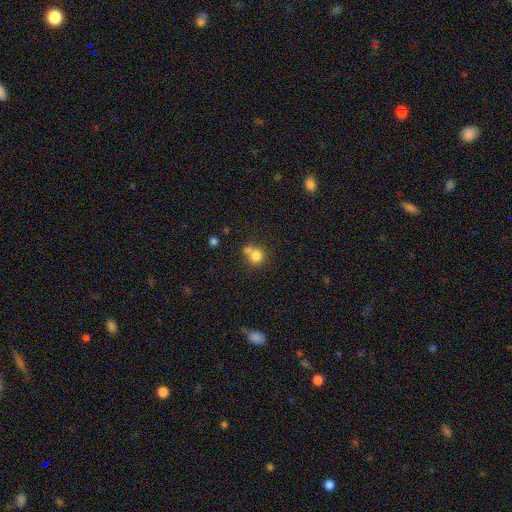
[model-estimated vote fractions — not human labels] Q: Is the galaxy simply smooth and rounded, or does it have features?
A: smooth — 79%.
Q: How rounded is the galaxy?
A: round — 79%.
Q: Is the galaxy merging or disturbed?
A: none — 41%.